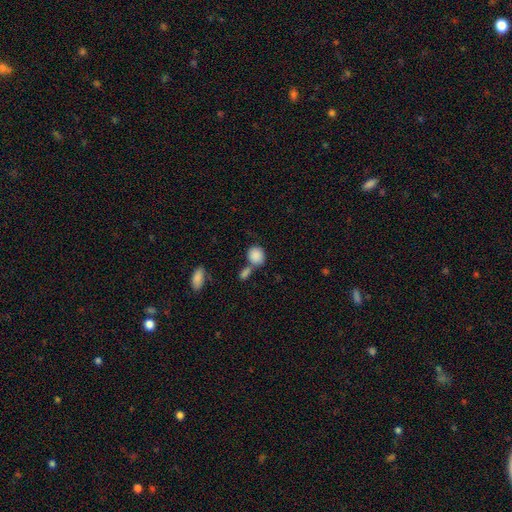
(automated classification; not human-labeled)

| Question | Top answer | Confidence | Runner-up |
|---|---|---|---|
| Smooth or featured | smooth | 87% | star or artifact (8%) |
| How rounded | round | 65% | in between (34%) |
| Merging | none | 48% | merger (36%) |